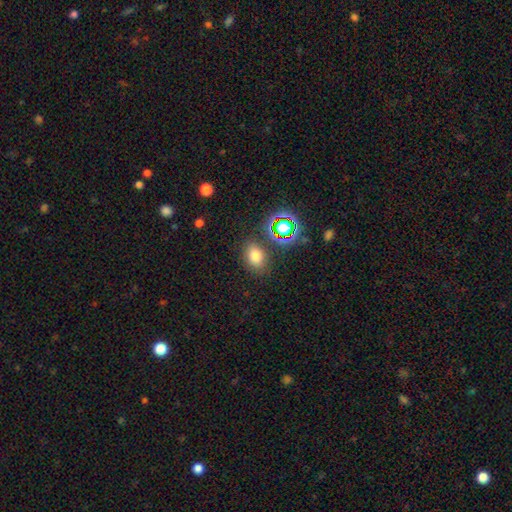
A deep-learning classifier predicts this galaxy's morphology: smooth-or-featured: smooth: 71% | star or artifact: 20% | featured or disk: 9%
  how-rounded: in between: 72% | round: 27% | cigar-shaped: 1%
  merging: none: 82% | minor disturbance: 11% | merger: 4% | major disturbance: 4%